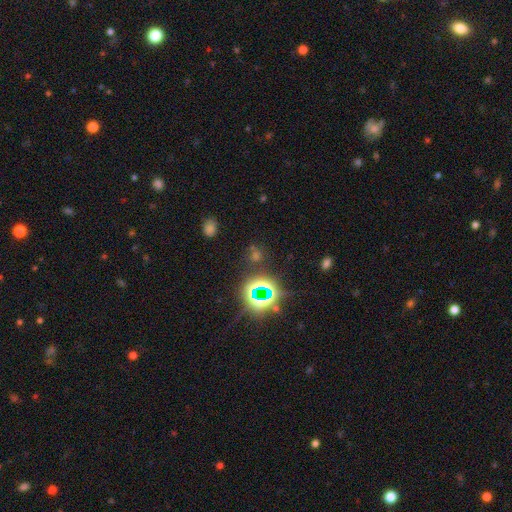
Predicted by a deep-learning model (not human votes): smooth-or-featured: star or artifact: 61% | smooth: 27% | featured or disk: 12%